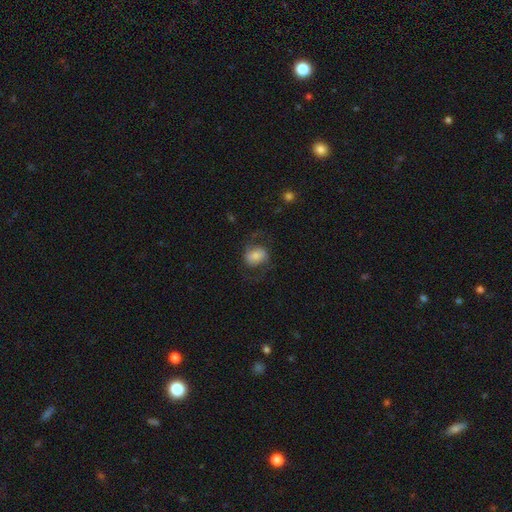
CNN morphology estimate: A smooth galaxy with no disk features (52%) that is in between round and cigar-shaped (53%).

Vote fractions:
- Smooth or featured? smooth: 52% / featured or disk: 40% / star or artifact: 9%
- How rounded? in between: 53% / round: 46% / cigar-shaped: 1%
- Merging? none: 61% / major disturbance: 19% / minor disturbance: 18% / merger: 2%